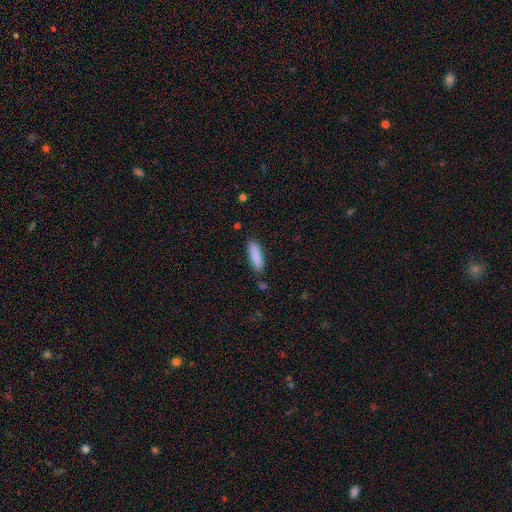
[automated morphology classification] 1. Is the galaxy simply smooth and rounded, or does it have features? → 89% smooth, 6% star or artifact, 5% featured or disk.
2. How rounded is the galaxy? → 50% in between, 48% cigar-shaped, 2% round.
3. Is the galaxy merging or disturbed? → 83% none, 12% minor disturbance, 3% merger, 2% major disturbance.